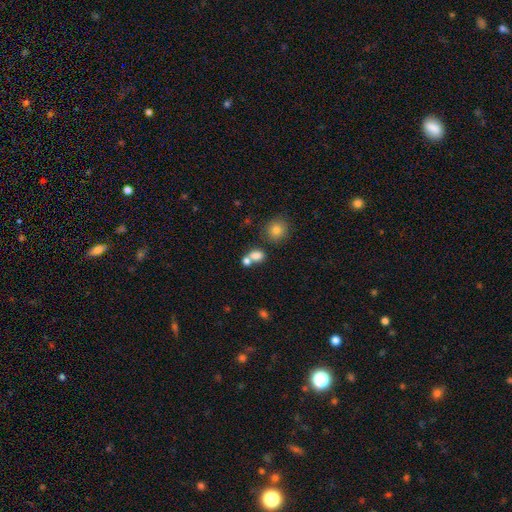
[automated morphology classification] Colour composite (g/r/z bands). It shows a smooth galaxy with no disk features (78%) that is in between round and cigar-shaped (56%). Merging: merger (49%).